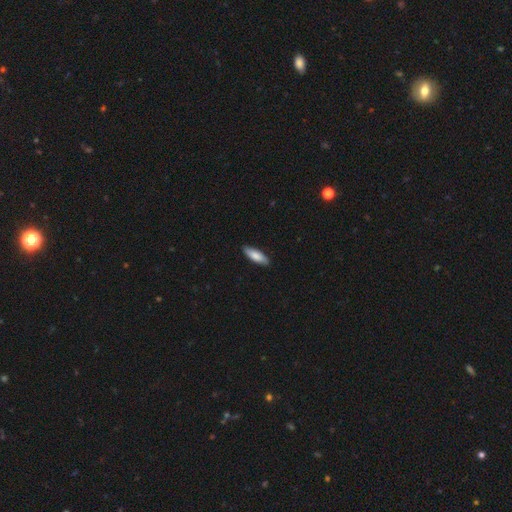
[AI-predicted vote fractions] Morphology: type=smooth (83%); roundness=in between (54%); merging=none (87%).